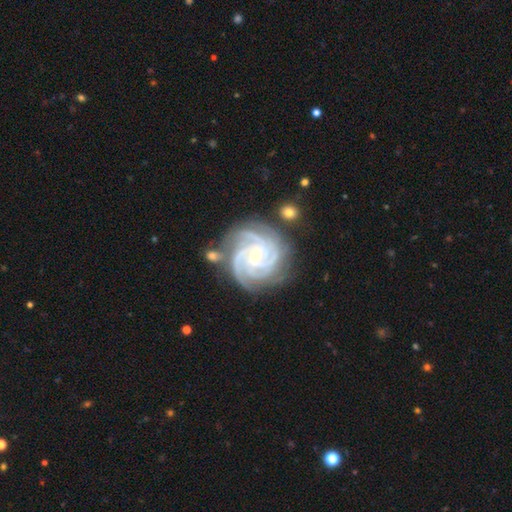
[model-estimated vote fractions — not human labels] Smooth or featured?
  - featured or disk: 93% *
  - star or artifact: 4%
  - smooth: 3%
Edge-on disk?
  - no: 98% *
  - yes: 2%
Bar?
  - no: 47% *
  - weak: 37%
  - strong: 16%
Spiral arms?
  - yes: 99% *
  - no: 1%
Spiral winding?
  - tight: 79% *
  - medium: 19%
  - loose: 2%
Spiral arm count?
  - 4: 49% *
  - 3: 20%
  - more than 4: 11%
  - can't tell: 8%
  - 2: 6%
  - 1: 5%
Bulge size?
  - small: 57% *
  - moderate: 41%
  - large: 1%
  - none: 1%
  - dominant: 1%
Merging?
  - none: 74% *
  - minor disturbance: 16%
  - major disturbance: 5%
  - merger: 4%